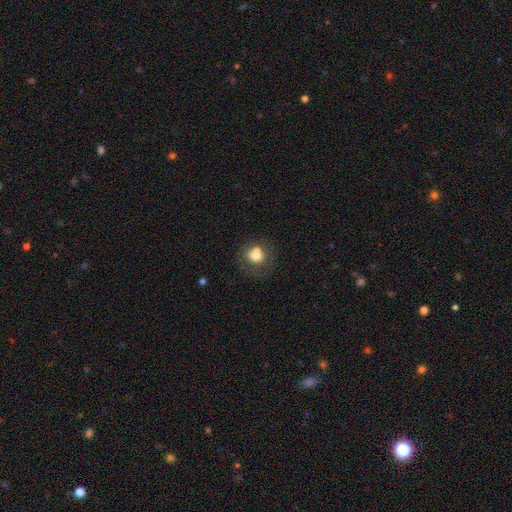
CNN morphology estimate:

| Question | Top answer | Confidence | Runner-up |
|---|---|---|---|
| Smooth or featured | smooth | 66% | featured or disk (24%) |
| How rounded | round | 74% | in between (25%) |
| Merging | none | 44% | merger (33%) |